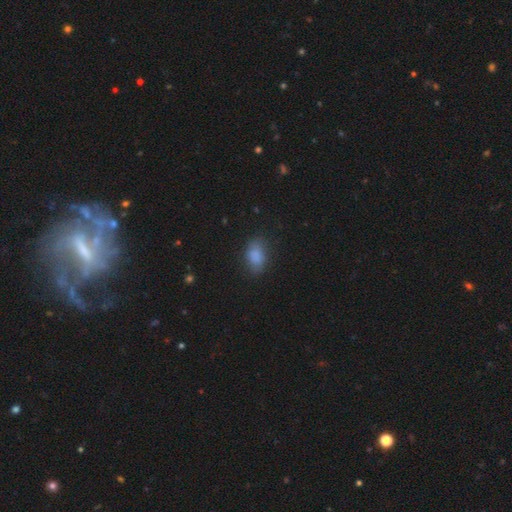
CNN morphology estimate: smooth_or_featured: smooth (p=0.83) [alt: star or artifact p=0.09]
how_rounded: in between (p=0.87) [alt: round p=0.11]
merging: none (p=0.73) [alt: minor disturbance p=0.19]